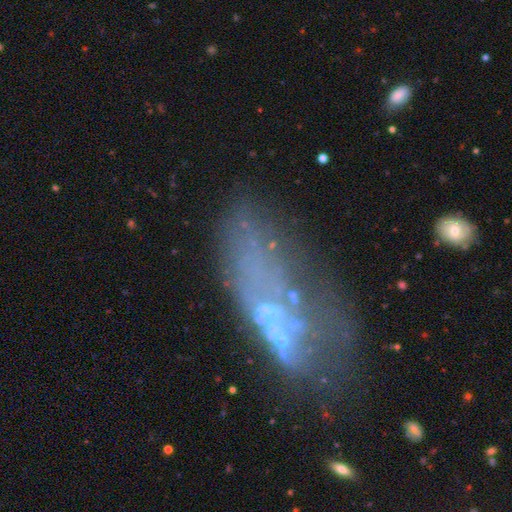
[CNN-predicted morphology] smooth_or_featured: featured or disk (p=0.47) [alt: smooth p=0.30]
merging: none (p=0.40) [alt: major disturbance p=0.26]